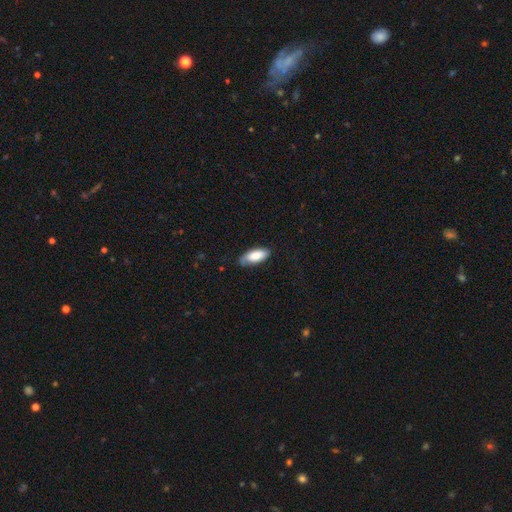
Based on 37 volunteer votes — smooth-or-featured: smooth: 89% | featured or disk: 11% | star or artifact: 0%
  how-rounded: in between: 94% | cigar-shaped: 6% | round: 0%
  merging: none: 46% (tied) | minor disturbance: 46% (tied) | major disturbance: 8% | merger: 0%